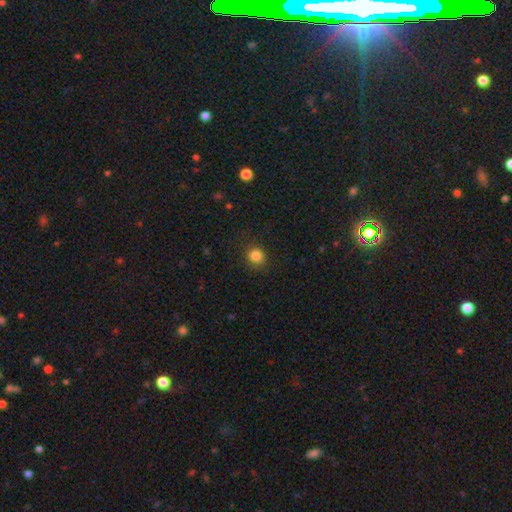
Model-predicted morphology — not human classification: Smooth or featured: smooth — 84% (star or artifact — 12%)
How rounded: round — 87% (in between — 12%)
Merging: none — 86% (minor disturbance — 10%)